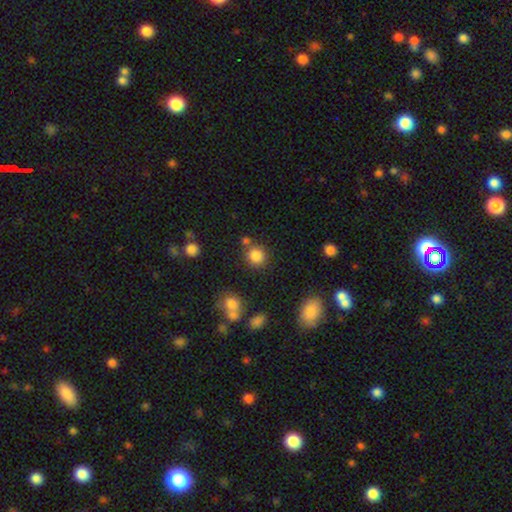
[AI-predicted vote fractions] Smooth or featured? smooth (83%)
How rounded? round (88%)
Merging? none (73%)